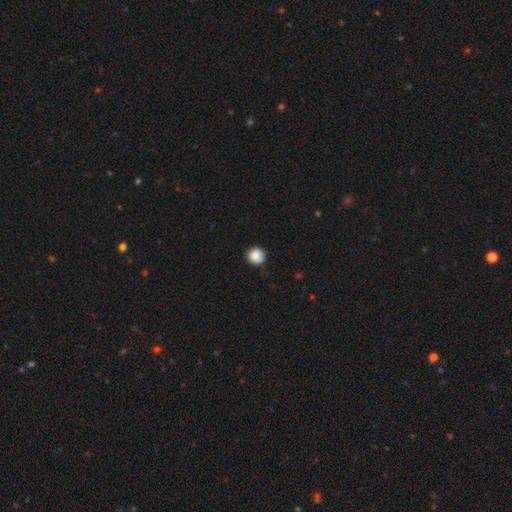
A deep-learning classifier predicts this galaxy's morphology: smooth_or_featured: smooth (p=0.86) [alt: star or artifact p=0.09]
how_rounded: round (p=0.93) [alt: in between p=0.06]
merging: none (p=0.82) [alt: minor disturbance p=0.14]